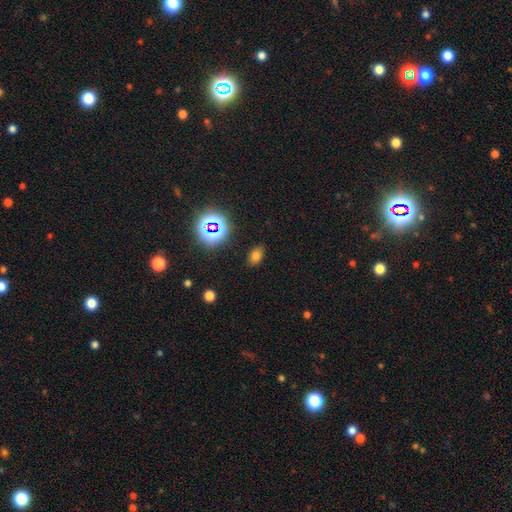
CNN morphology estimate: This appears to be a smooth galaxy with no disk features (70%) that is in between round and cigar-shaped (82%). Merging: none (85%).